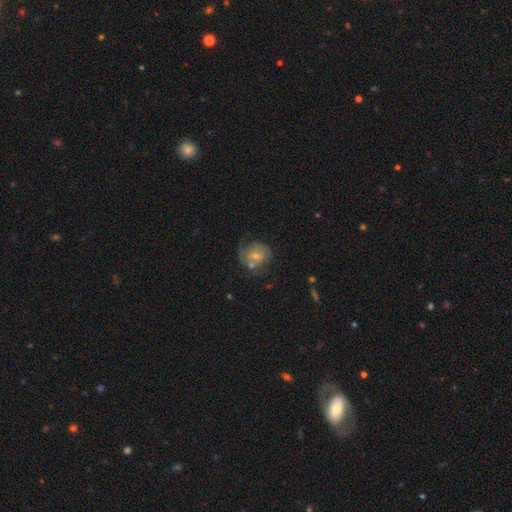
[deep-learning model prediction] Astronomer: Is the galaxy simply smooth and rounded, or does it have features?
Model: smooth — 46% (runner-up: featured or disk, 45%).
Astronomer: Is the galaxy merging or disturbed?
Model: none — 45% (runner-up: minor disturbance, 25%).